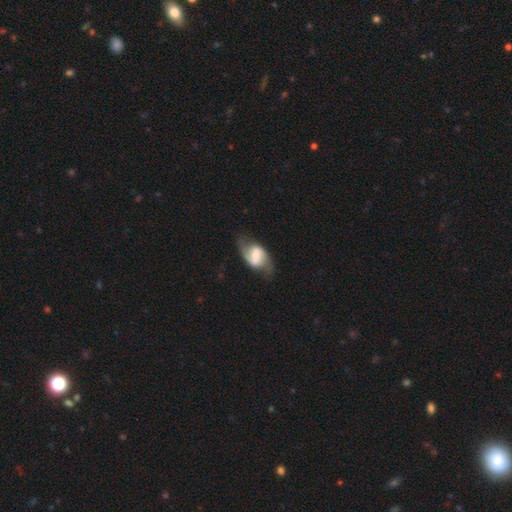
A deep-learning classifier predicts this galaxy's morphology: smooth_or_featured: featured or disk (p=0.62) [alt: smooth p=0.31]
disk_edge_on: no (p=0.94) [alt: yes p=0.06]
bar: strong (p=0.43) [alt: weak p=0.37]
has_spiral_arms: yes (p=0.80) [alt: no p=0.20]
bulge_size: small (p=0.29) [alt: moderate p=0.24]
merging: none (p=0.67) [alt: minor disturbance p=0.20]